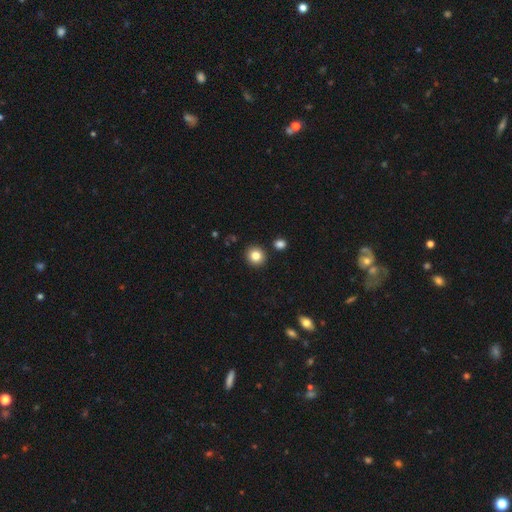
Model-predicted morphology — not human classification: Smooth or featured: smooth — 83% (star or artifact — 11%)
How rounded: round — 89% (in between — 10%)
Merging: none — 89% (minor disturbance — 6%)